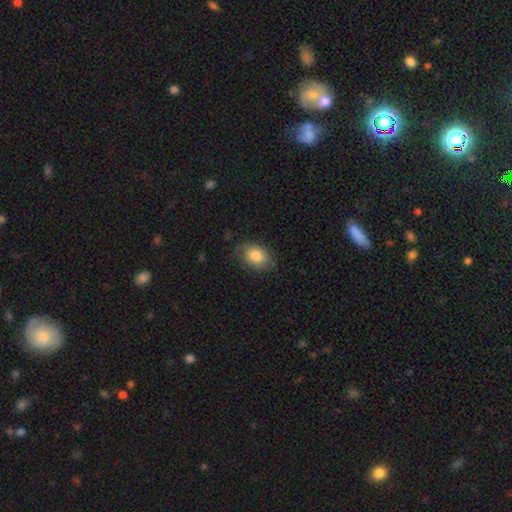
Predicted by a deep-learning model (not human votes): Smooth or featured? smooth (74%)
How rounded? in between (73%)
Merging? none (67%)